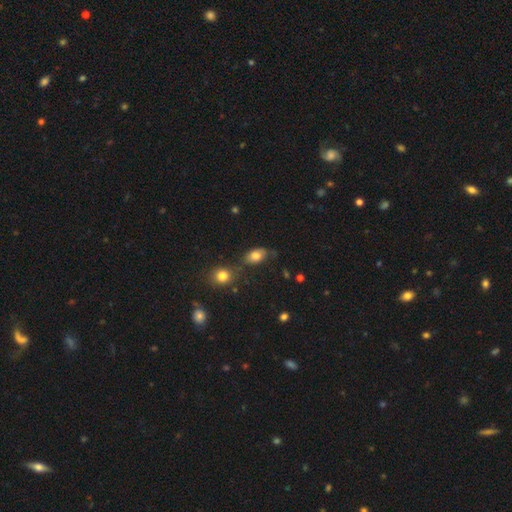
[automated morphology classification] A smooth galaxy with no disk features (77%) that is in between round and cigar-shaped (82%). Merging: none (53%).